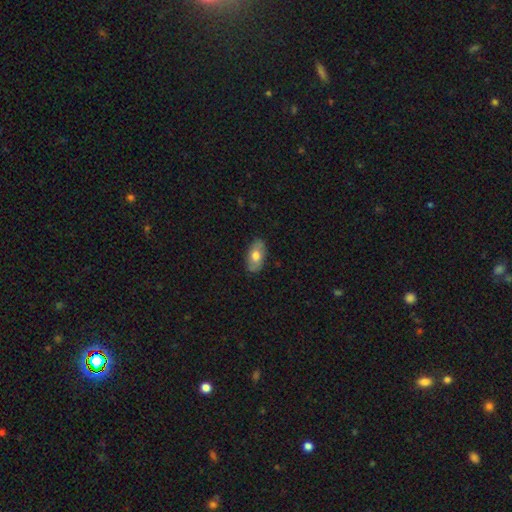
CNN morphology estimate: type=smooth (69%); roundness=in between (92%); merging=none (84%).